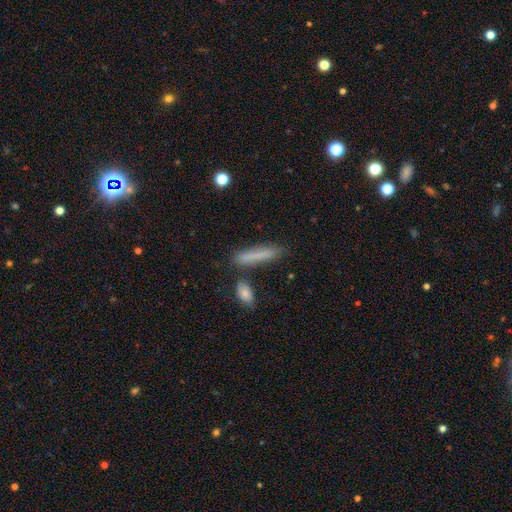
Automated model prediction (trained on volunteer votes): This appears to be a smooth galaxy with no disk features (76%) that is cigar-shaped (87%). Merging: none (76%).